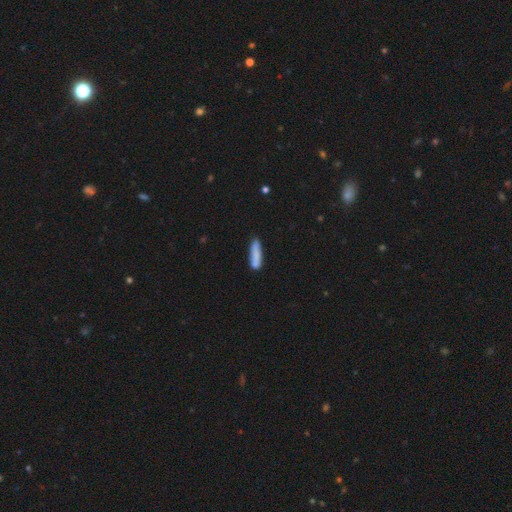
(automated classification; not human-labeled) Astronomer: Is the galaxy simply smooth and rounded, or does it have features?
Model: smooth — 78%.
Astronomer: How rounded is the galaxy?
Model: cigar-shaped — 77%.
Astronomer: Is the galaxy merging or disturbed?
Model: none — 72%.